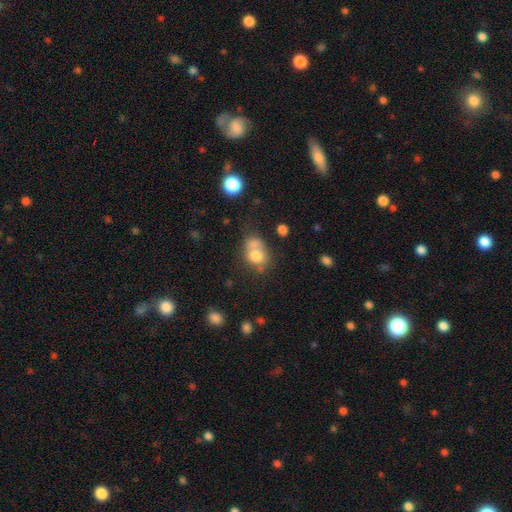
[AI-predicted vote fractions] Smooth or featured? smooth (73%)
How rounded? round (61%)
Merging? merger (46%)